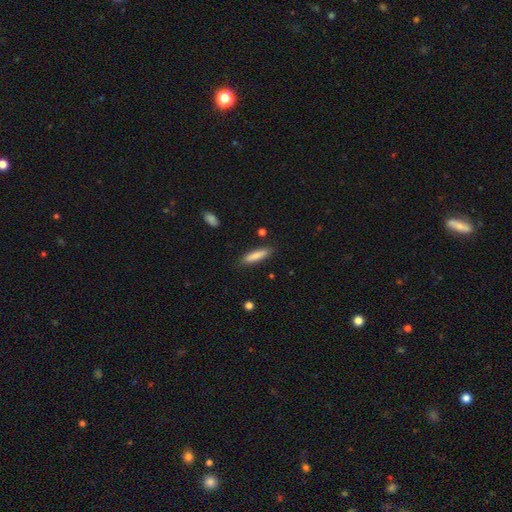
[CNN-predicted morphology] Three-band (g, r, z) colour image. It shows a smooth galaxy with no disk features (83%) that is cigar-shaped (77%). Merging: none (86%).